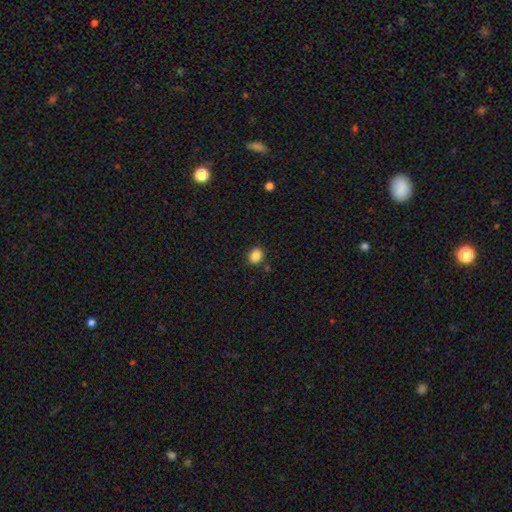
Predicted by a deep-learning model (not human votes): Morphology: type=smooth (86%); roundness=round (59%); merging=none (83%).